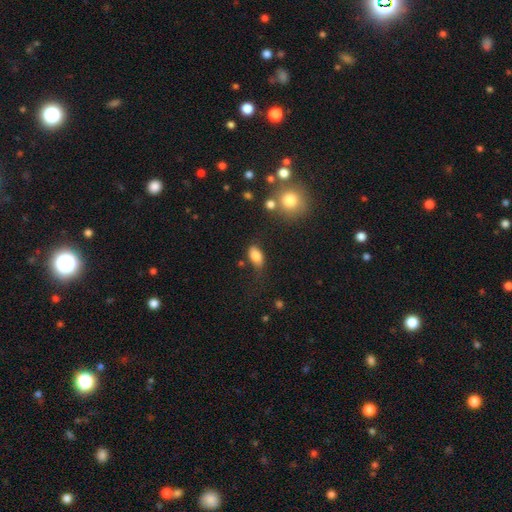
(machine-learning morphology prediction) A smooth galaxy with no disk features (83%) that is in between round and cigar-shaped (90%). Merging: none (67%).